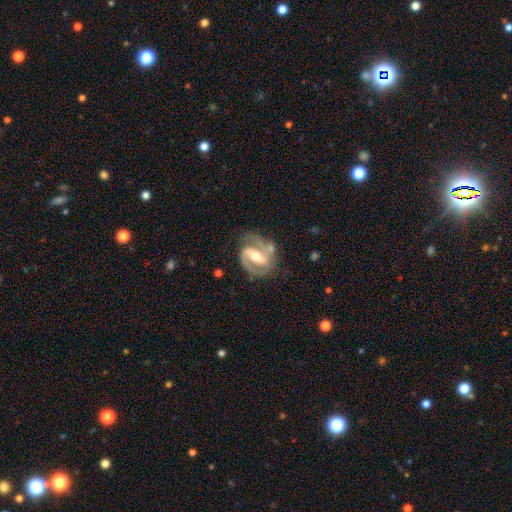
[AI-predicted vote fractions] Smooth or featured?
  - featured or disk: 89% *
  - smooth: 7%
  - star or artifact: 4%
Edge-on disk?
  - no: 97% *
  - yes: 3%
Bar?
  - strong: 55% *
  - weak: 34%
  - no: 12%
Spiral arms?
  - yes: 96% *
  - no: 4%
Spiral winding?
  - medium: 56% *
  - tight: 31%
  - loose: 13%
Spiral arm count?
  - 2: 90% *
  - 1: 4%
  - can't tell: 3%
  - 3: 1%
  - 4: 1%
  - more than 4: 1%
Bulge size?
  - moderate: 61% *
  - small: 30%
  - large: 6%
  - none: 2%
  - dominant: 1%
Merging?
  - none: 72% *
  - minor disturbance: 17%
  - major disturbance: 7%
  - merger: 5%